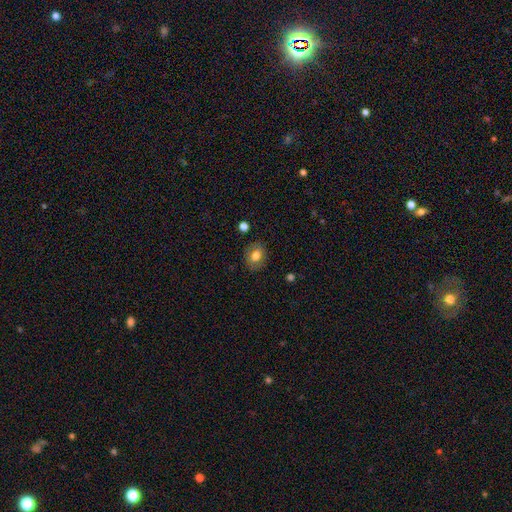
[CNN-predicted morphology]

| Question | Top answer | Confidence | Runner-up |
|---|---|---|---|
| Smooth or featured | smooth | 73% | featured or disk (18%) |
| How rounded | in between | 51% | round (48%) |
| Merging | none | 85% | minor disturbance (11%) |